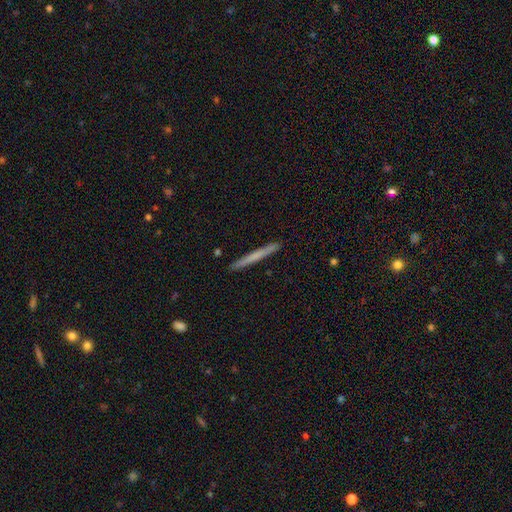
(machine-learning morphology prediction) This is possibly a smooth galaxy (58%). How rounded: clearly cigar-shaped (97%). Merging: clearly none (92%).